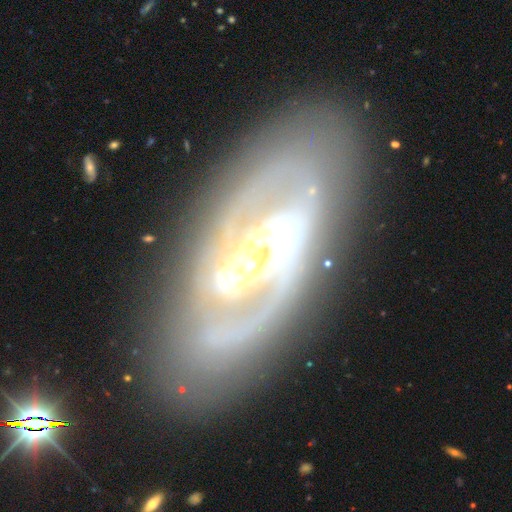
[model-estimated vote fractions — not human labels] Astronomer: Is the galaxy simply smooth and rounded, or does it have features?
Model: featured or disk — 85%.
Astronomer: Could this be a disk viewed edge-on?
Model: no — 93%.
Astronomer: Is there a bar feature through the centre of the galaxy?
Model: strong — 50% (runner-up: weak, 31%).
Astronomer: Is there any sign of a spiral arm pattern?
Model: yes — 86%.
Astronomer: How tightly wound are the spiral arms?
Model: medium — 45% (runner-up: tight, 37%).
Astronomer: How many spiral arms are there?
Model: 2 — 79%.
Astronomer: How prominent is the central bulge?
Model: moderate — 44% (runner-up: small, 38%).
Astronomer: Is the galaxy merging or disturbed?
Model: none — 75%.